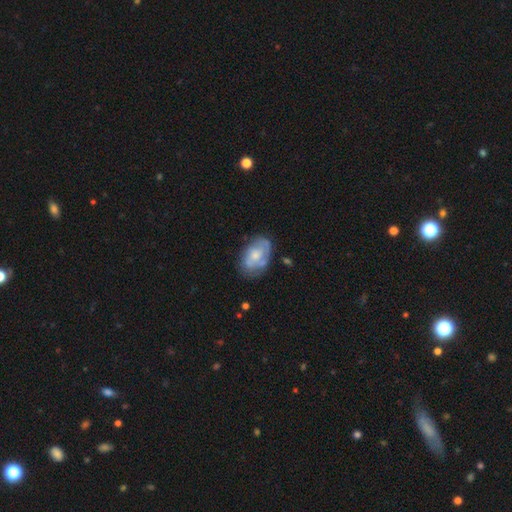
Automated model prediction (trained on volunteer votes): Q: Smooth or featured?
A: featured or disk (60%); runner-up: smooth (34%)
Q: Edge-on disk?
A: no (96%); runner-up: yes (4%)
Q: Bar?
A: no (77%); runner-up: weak (20%)
Q: Spiral arms?
A: yes (64%); runner-up: no (36%)
Q: Bulge size?
A: moderate (43%); runner-up: small (42%)
Q: Merging?
A: none (60%); runner-up: minor disturbance (25%)